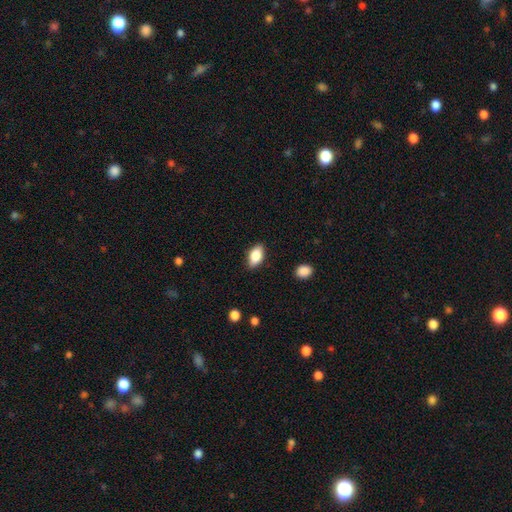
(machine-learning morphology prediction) This is clearly a smooth galaxy (82%). How rounded: clearly in between (89%). Merging: clearly none (84%).